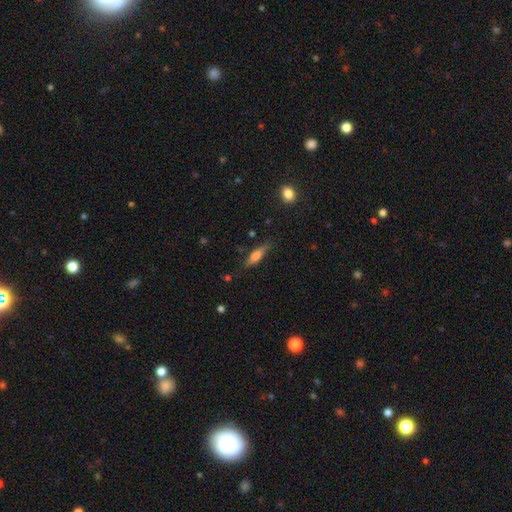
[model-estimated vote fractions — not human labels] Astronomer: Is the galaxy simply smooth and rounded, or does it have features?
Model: smooth — 69%.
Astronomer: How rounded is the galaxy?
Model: cigar-shaped — 51% (runner-up: in between, 47%).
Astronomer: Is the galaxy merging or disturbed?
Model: none — 69%.